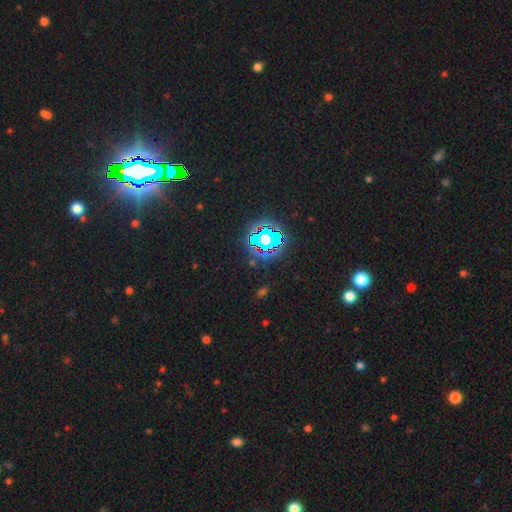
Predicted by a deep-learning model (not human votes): smooth_or_featured: star or artifact (p=0.85) [alt: smooth p=0.08]